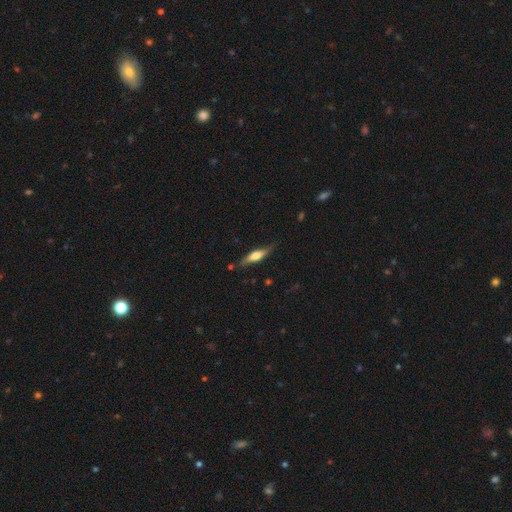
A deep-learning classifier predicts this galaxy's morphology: Smooth or featured: featured or disk — 52% (smooth — 42%)
Edge-on disk: yes — 90% (no — 10%)
Merging: none — 78% (minor disturbance — 16%)